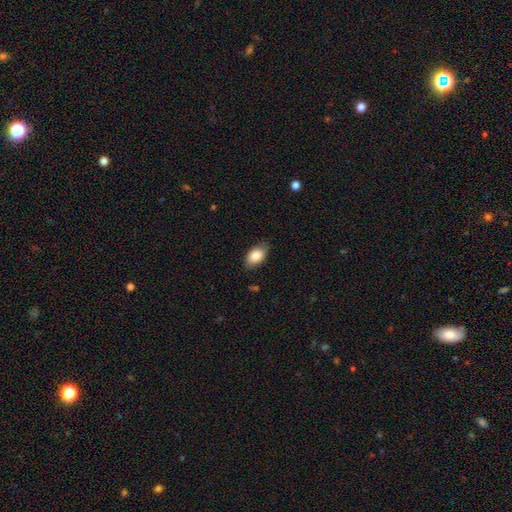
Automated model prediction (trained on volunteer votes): Smooth or featured: smooth — 84% (featured or disk — 9%)
How rounded: in between — 91% (round — 7%)
Merging: none — 80% (minor disturbance — 16%)